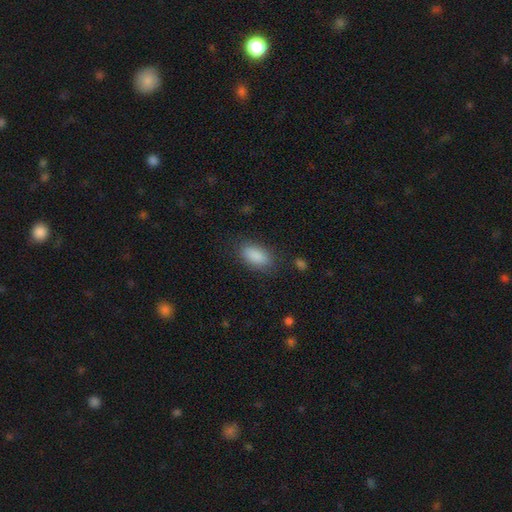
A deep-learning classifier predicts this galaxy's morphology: smooth-or-featured: smooth: 88% | star or artifact: 7% | featured or disk: 5%
  how-rounded: in between: 89% | cigar-shaped: 8% | round: 4%
  merging: none: 82% | minor disturbance: 12% | major disturbance: 4% | merger: 2%